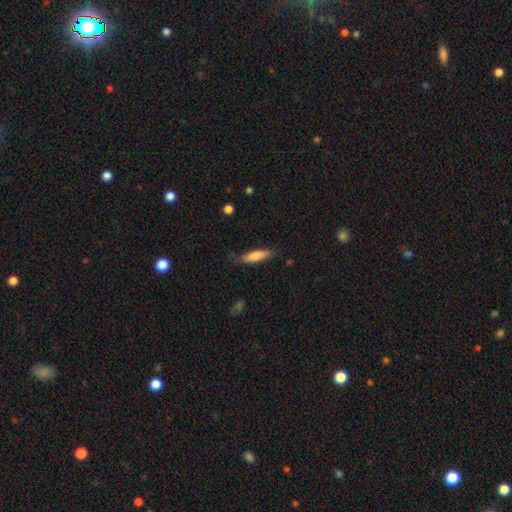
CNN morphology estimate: Smooth or featured: smooth — 81% (featured or disk — 13%)
How rounded: cigar-shaped — 60% (in between — 39%)
Merging: none — 73% (minor disturbance — 20%)